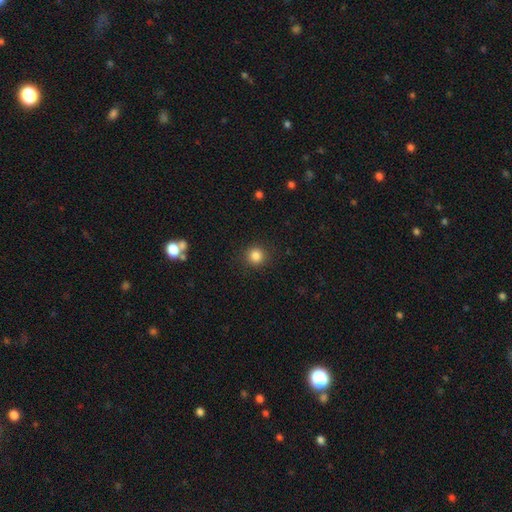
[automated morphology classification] smooth-or-featured: smooth: 84% | star or artifact: 12% | featured or disk: 4%
  how-rounded: round: 93% | in between: 6% | cigar-shaped: 1%
  merging: none: 91% | minor disturbance: 6% | major disturbance: 2% | merger: 1%